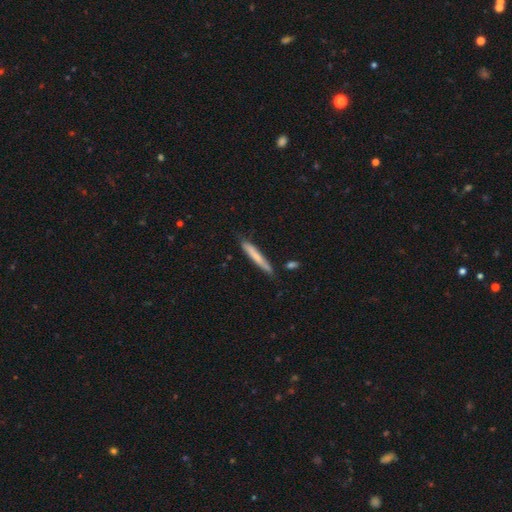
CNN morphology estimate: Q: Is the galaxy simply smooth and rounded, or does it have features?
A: smooth — 69%.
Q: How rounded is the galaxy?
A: cigar-shaped — 95%.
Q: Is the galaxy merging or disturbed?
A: none — 81%.